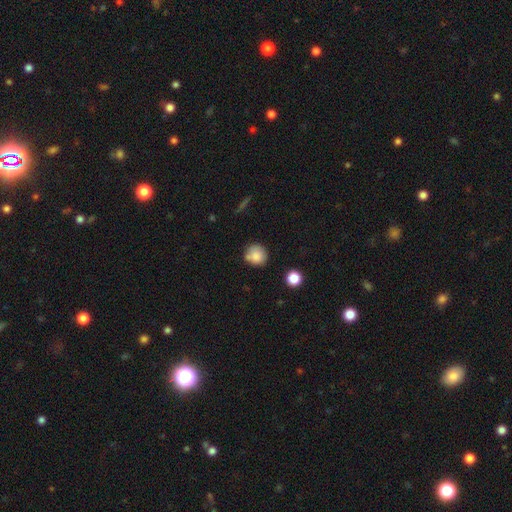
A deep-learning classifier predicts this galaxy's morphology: A smooth galaxy with no disk features (83%) that is round (87%).

Vote fractions:
- Smooth or featured? smooth: 83% / star or artifact: 10% / featured or disk: 8%
- How rounded? round: 87% / in between: 12% / cigar-shaped: 1%
- Merging? none: 68% / minor disturbance: 18% / merger: 10% / major disturbance: 5%